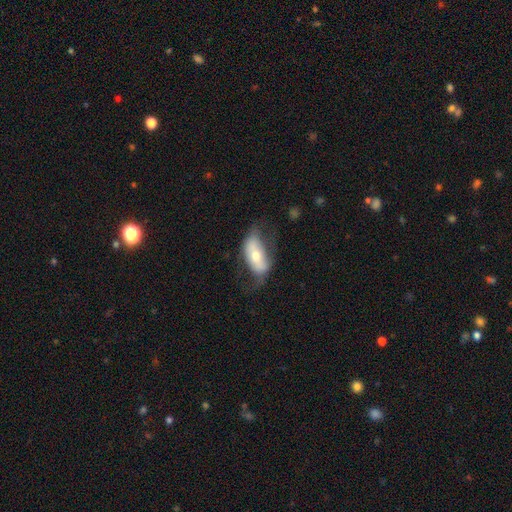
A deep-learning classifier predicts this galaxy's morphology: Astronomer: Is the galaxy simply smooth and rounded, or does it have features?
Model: smooth — 47% (runner-up: featured or disk, 46%).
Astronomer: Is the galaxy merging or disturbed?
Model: none — 50% (runner-up: minor disturbance, 28%).